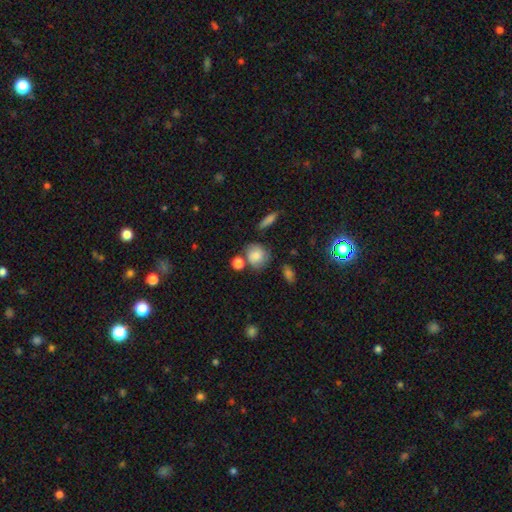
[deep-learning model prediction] Smooth or featured? smooth (77%)
How rounded? round (79%)
Merging? none (62%)